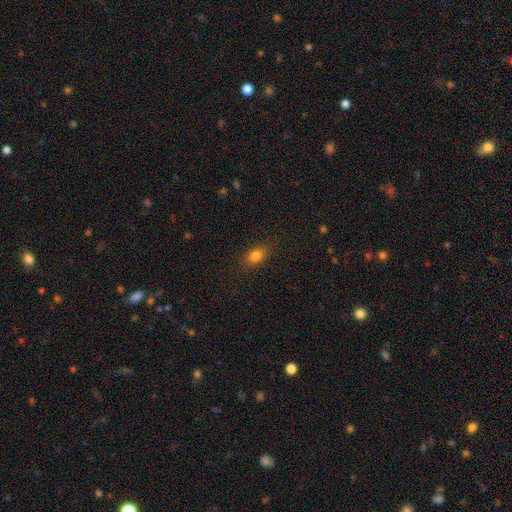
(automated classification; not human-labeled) A smooth galaxy with no disk features (82%) that is in between round and cigar-shaped (76%).

Vote fractions:
- Smooth or featured? smooth: 82% / star or artifact: 11% / featured or disk: 7%
- How rounded? in between: 76% / round: 21% / cigar-shaped: 3%
- Merging? none: 85% / minor disturbance: 11% / major disturbance: 3% / merger: 1%